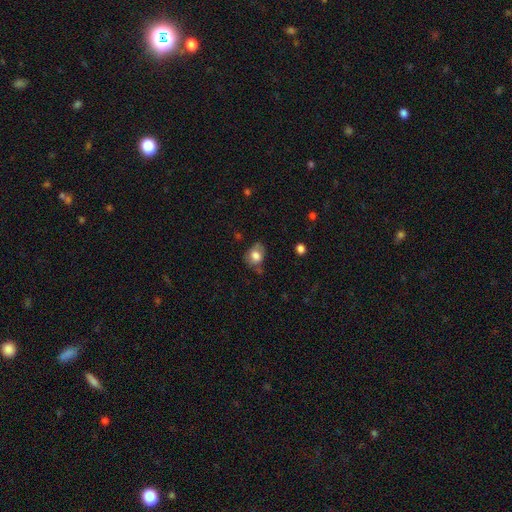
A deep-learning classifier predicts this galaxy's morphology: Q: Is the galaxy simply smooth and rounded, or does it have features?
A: smooth — 72%.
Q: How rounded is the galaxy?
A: in between — 61%.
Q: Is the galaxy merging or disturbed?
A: none — 51%.